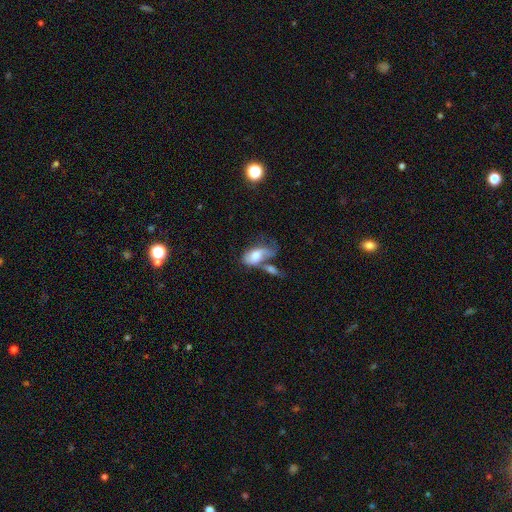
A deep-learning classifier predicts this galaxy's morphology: Q: Smooth or featured?
A: smooth (63%); runner-up: featured or disk (30%)
Q: How rounded?
A: in between (90%); runner-up: round (6%)
Q: Merging?
A: merger (45%); runner-up: major disturbance (23%)